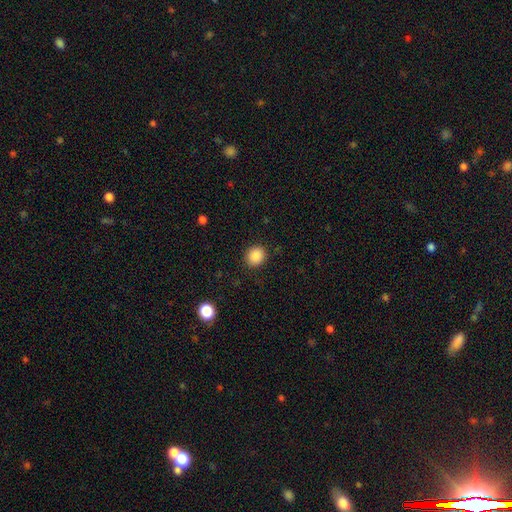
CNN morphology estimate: This appears to be a smooth galaxy with no disk features (88%) that is round (76%). Merging: none (88%).